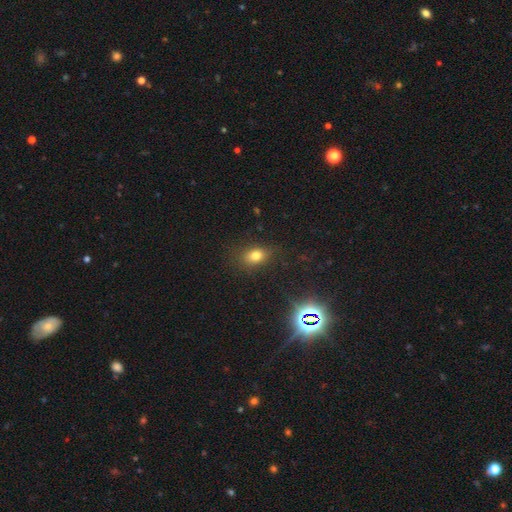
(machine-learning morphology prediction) The model was most divided on "how rounded": in between: 72%, round: 26%, cigar-shaped: 3%. More confident: merging — none (82%); smooth or featured — smooth (75%).